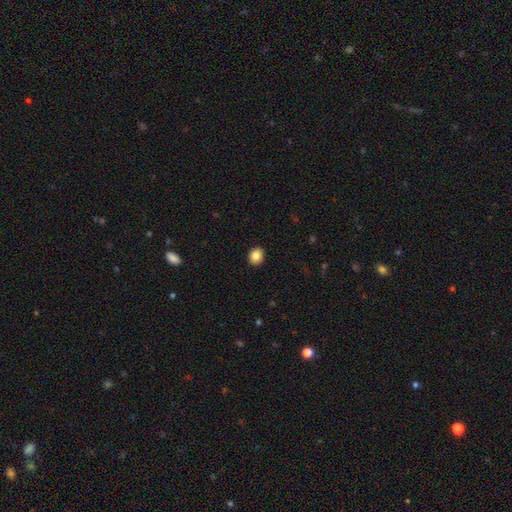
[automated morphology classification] smooth_or_featured: smooth (p=0.85) [alt: star or artifact p=0.09]
how_rounded: round (p=0.63) [alt: in between p=0.36]
merging: none (p=0.92) [alt: minor disturbance p=0.06]